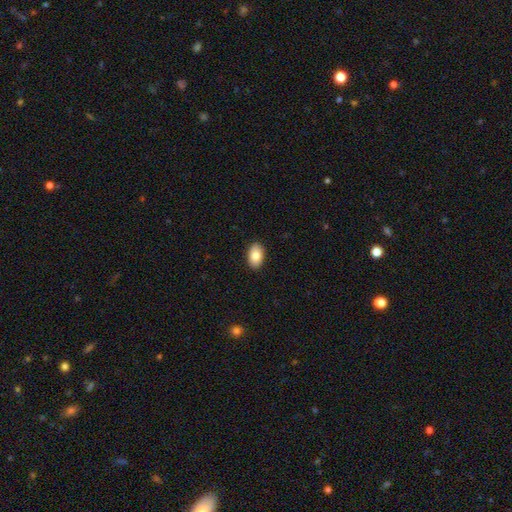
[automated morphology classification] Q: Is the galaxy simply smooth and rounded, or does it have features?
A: smooth — 84%.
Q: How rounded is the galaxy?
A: in between — 92%.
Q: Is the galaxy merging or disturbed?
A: none — 90%.